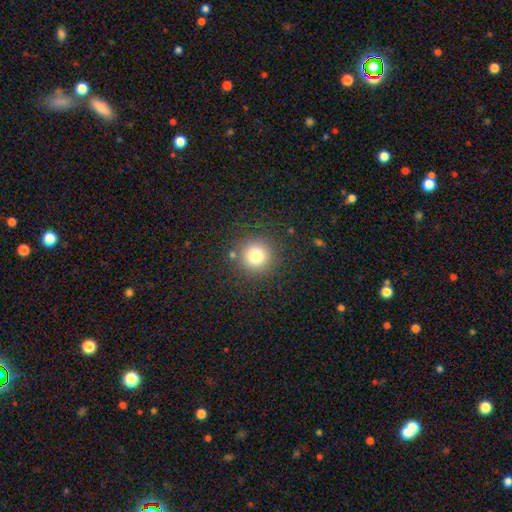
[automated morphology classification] Smooth or featured? Predicted: smooth (p=0.78). How rounded? Predicted: round (p=0.95). Merging? Predicted: none (p=0.86).